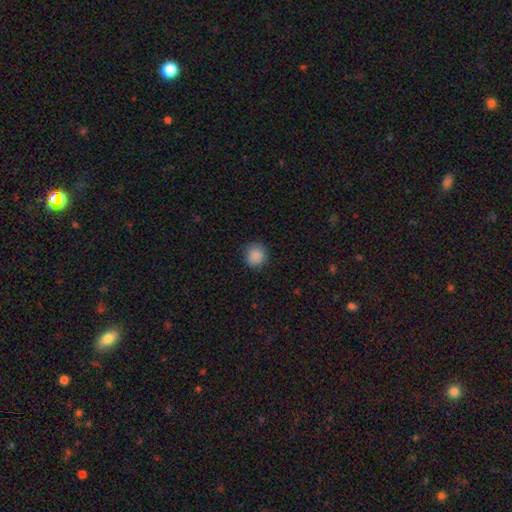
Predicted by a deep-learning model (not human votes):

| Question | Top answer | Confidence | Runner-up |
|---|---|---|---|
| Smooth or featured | smooth | 88% | star or artifact (9%) |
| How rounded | round | 89% | in between (10%) |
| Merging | none | 88% | minor disturbance (9%) |